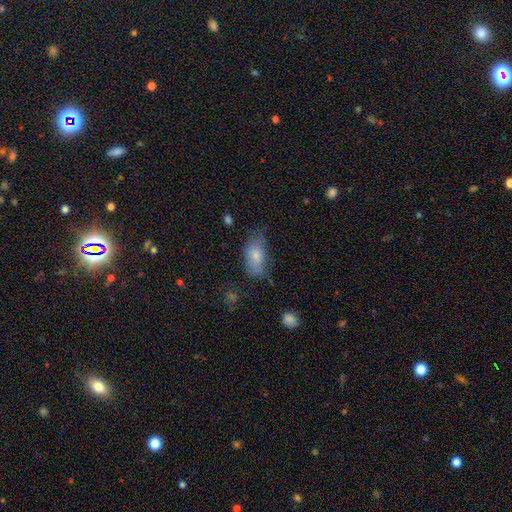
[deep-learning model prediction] This is likely a smooth galaxy (75%). How rounded: clearly in between (90%). Merging: marginally none (45%).